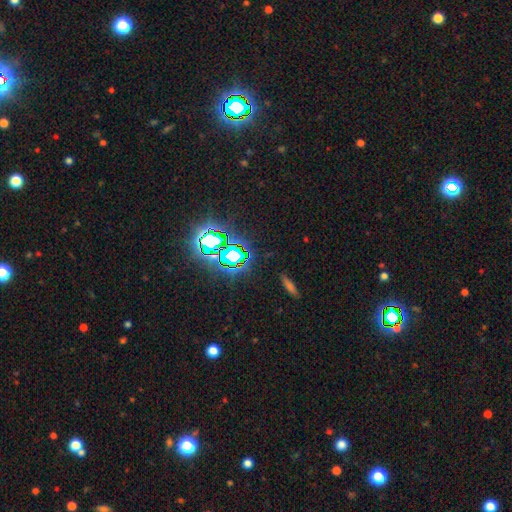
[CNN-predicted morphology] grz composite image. It shows a star or artifact, not a galaxy (77%).